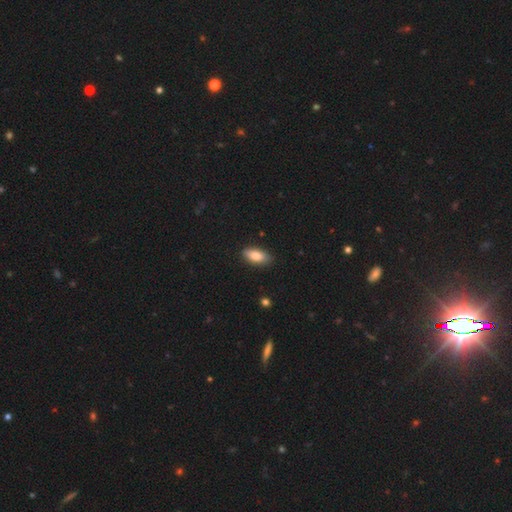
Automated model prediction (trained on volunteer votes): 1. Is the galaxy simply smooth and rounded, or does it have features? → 82% smooth, 11% featured or disk, 6% star or artifact.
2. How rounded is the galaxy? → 88% in between, 10% cigar-shaped, 3% round.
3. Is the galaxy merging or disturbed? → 85% none, 12% minor disturbance, 2% major disturbance, 1% merger.